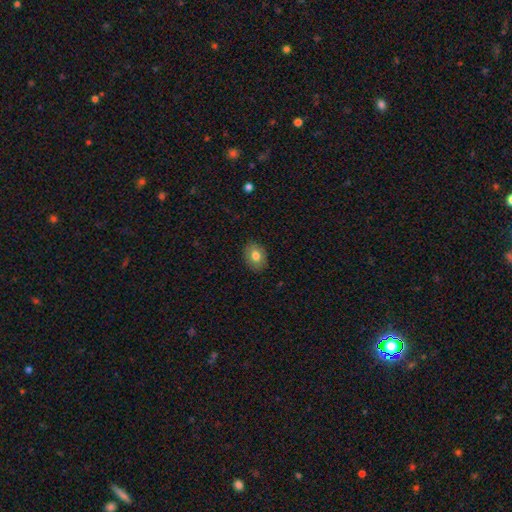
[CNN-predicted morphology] Smooth or featured?
  - smooth: 79% *
  - featured or disk: 13%
  - star or artifact: 8%
How rounded?
  - in between: 64% *
  - round: 35%
  - cigar-shaped: 1%
Merging?
  - none: 88% *
  - minor disturbance: 9%
  - major disturbance: 2%
  - merger: 1%